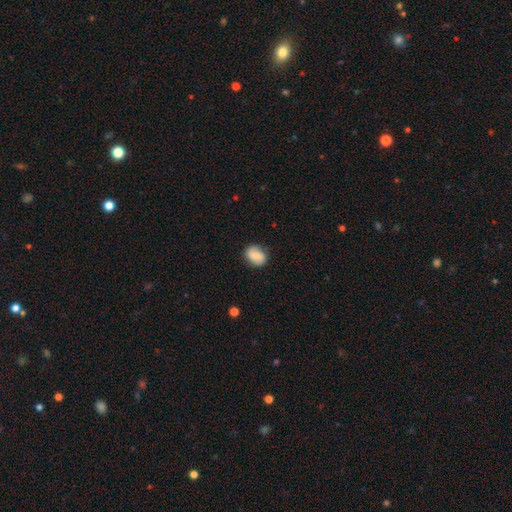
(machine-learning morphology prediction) Smooth or featured: smooth — 77% (featured or disk — 16%)
How rounded: in between — 65% (round — 34%)
Merging: none — 80% (minor disturbance — 15%)